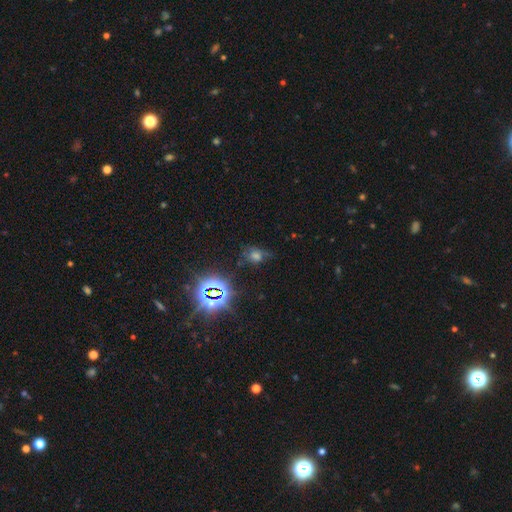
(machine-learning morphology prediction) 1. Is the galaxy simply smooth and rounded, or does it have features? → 50% star or artifact, 36% smooth, 13% featured or disk.